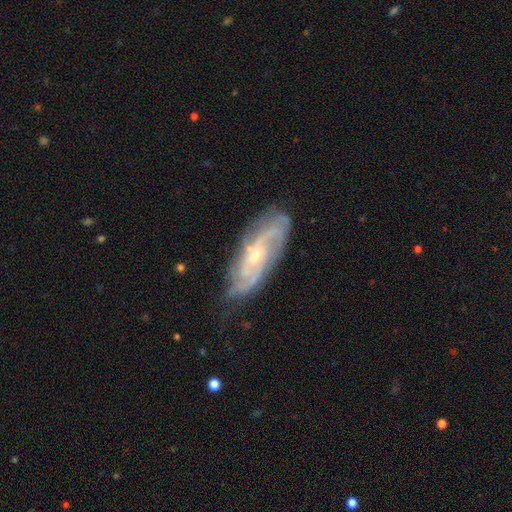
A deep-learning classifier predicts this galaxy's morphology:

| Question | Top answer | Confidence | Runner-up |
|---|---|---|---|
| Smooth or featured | featured or disk | 85% | smooth (9%) |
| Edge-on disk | no | 90% | yes (10%) |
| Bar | no | 59% | weak (32%) |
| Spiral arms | yes | 96% | no (4%) |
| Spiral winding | tight | 48% | medium (39%) |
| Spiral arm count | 2 | 31% | can't tell (28%) |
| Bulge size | small | 69% | moderate (27%) |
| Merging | none | 74% | minor disturbance (19%) |